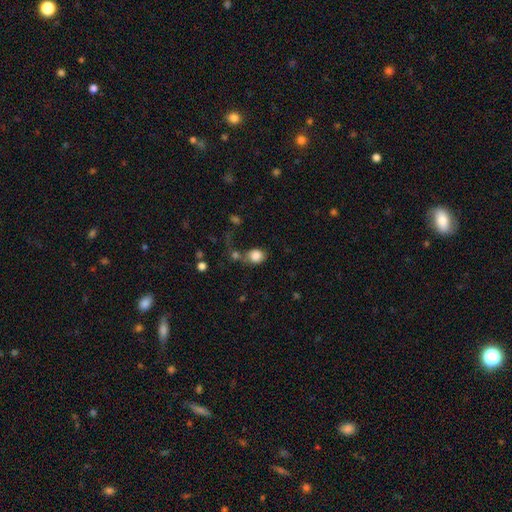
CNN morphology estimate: smooth 84%, star or artifact 9%, featured or disk 6%. Down the decision tree: how rounded — round (66%); merging — none (46%).